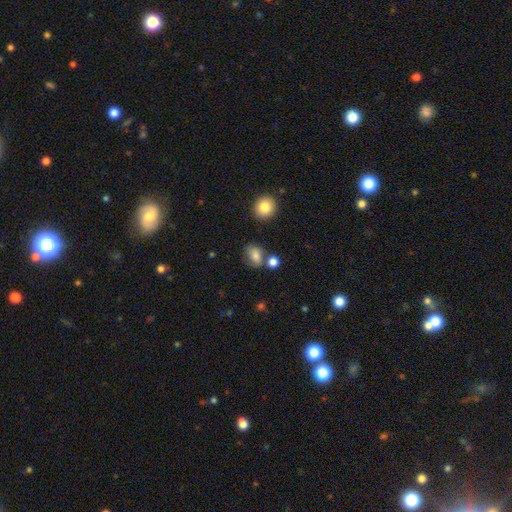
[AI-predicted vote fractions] A smooth galaxy with no disk features (76%) that is in between round and cigar-shaped (65%).

Vote fractions:
- Smooth or featured? smooth: 76% / featured or disk: 12% / star or artifact: 11%
- How rounded? in between: 65% / round: 34% / cigar-shaped: 2%
- Merging? none: 63% / minor disturbance: 19% / merger: 12% / major disturbance: 6%